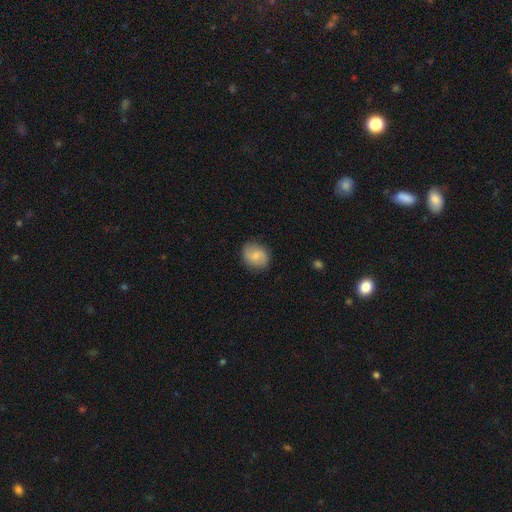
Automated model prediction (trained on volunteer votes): Smooth or featured? Predicted: smooth (p=0.61). How rounded? Predicted: round (p=0.60). Merging? Predicted: none (p=0.85).